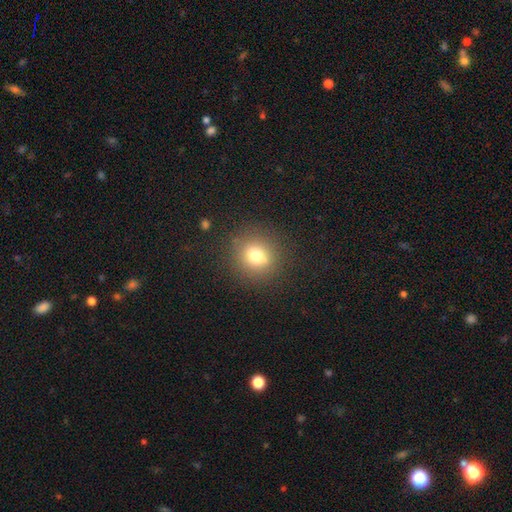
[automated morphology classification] Q: Smooth or featured?
A: smooth (73%); runner-up: star or artifact (15%)
Q: How rounded?
A: round (88%); runner-up: in between (11%)
Q: Merging?
A: none (83%); runner-up: minor disturbance (10%)